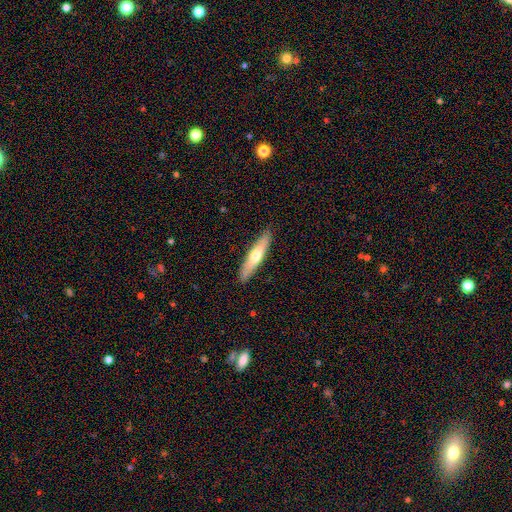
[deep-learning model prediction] Q: Smooth or featured?
A: smooth (56%); runner-up: featured or disk (39%)
Q: How rounded?
A: cigar-shaped (83%); runner-up: in between (16%)
Q: Merging?
A: none (89%); runner-up: minor disturbance (9%)